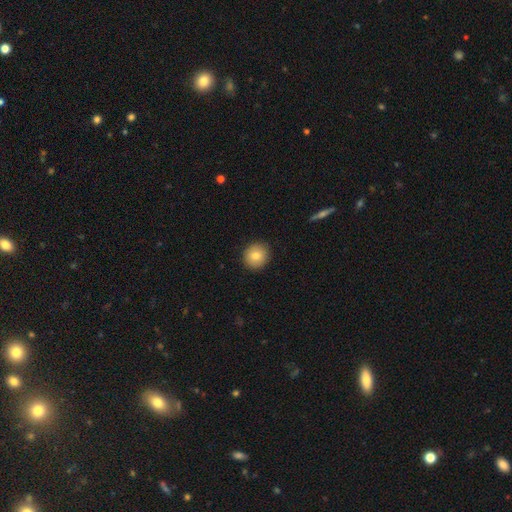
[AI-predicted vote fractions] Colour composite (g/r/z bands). It shows a smooth galaxy with no disk features (80%) that is round (91%). Merging: none (91%).